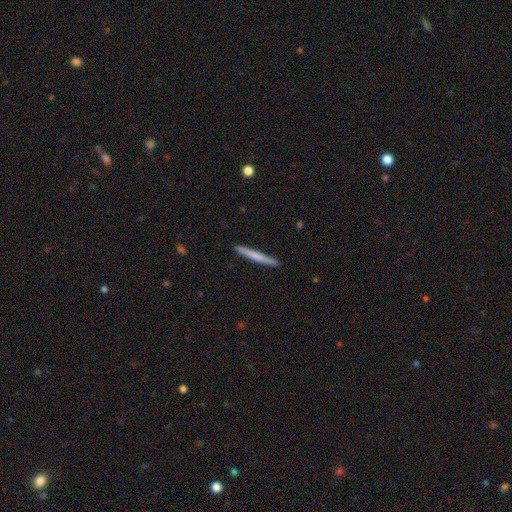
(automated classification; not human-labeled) smooth_or_featured: smooth (p=0.65) [alt: featured or disk p=0.29]
how_rounded: cigar-shaped (p=0.97) [alt: in between p=0.02]
merging: none (p=0.91) [alt: minor disturbance p=0.06]